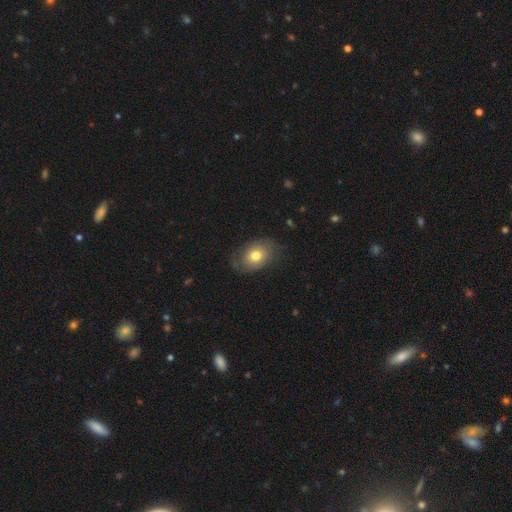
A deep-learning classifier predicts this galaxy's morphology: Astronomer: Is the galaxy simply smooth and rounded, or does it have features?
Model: smooth — 64%.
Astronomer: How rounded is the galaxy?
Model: in between — 71%.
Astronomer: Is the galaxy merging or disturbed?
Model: none — 68%.